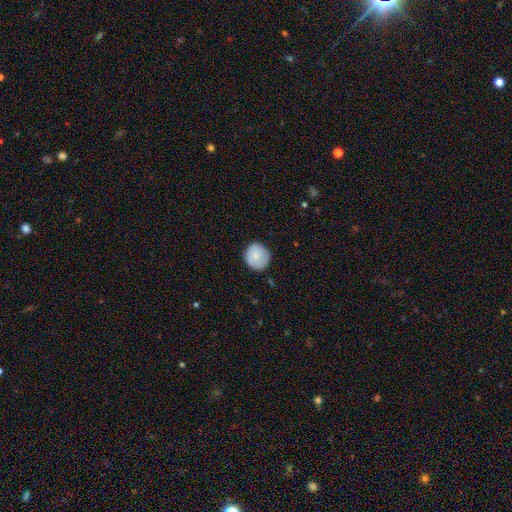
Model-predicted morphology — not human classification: Smooth or featured? smooth (81%)
How rounded? round (90%)
Merging? none (82%)